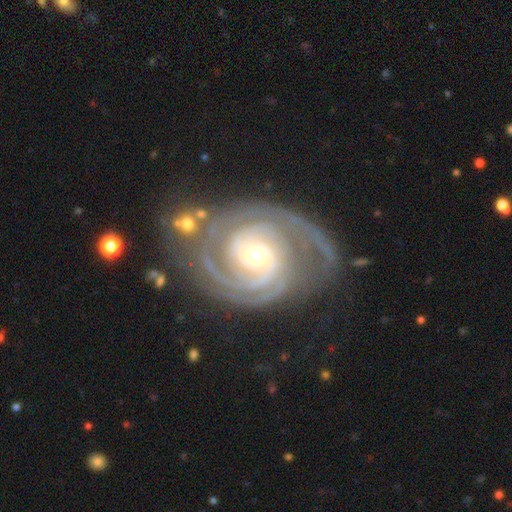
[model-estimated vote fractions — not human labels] Smooth or featured? featured or disk (92%)
Edge-on disk? no (97%)
Bar? no (61%)
Spiral arms? yes (98%)
Spiral winding? tight (71%)
Spiral arm count? 2 (45%)
Bulge size? small (54%)
Merging? none (65%)